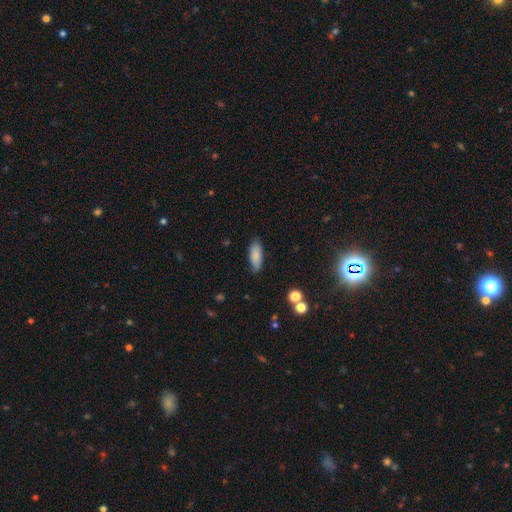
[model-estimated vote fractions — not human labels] This appears to be a smooth galaxy with no disk features (84%) that is in between round and cigar-shaped (72%). Merging: none (83%).